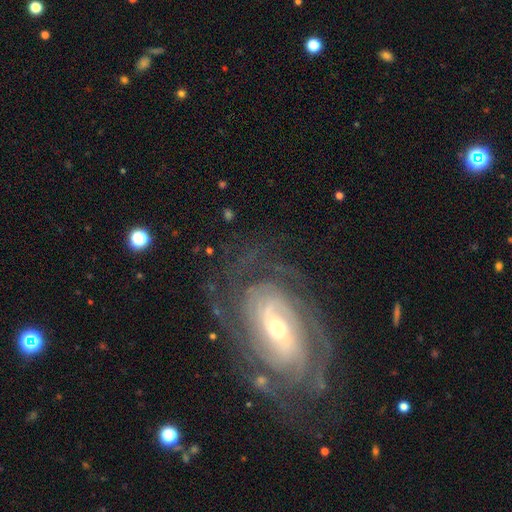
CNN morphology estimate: Overall: featured or disk (84%). Edge-on disk: no (94%). Bar: no (41%; weak 34%). Spiral arms: yes (91%). Spiral arm count: can't tell (41%; 2 23%). Spiral winding: tight (72%). Bulge size: small (47%; moderate 45%). Merging: none (76%).